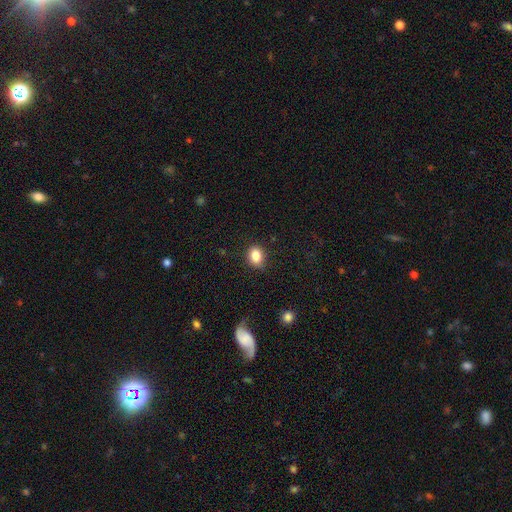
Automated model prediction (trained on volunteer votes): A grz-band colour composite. It shows a smooth galaxy with no disk features (84%) that is in between round and cigar-shaped (59%). Merging: none (81%).